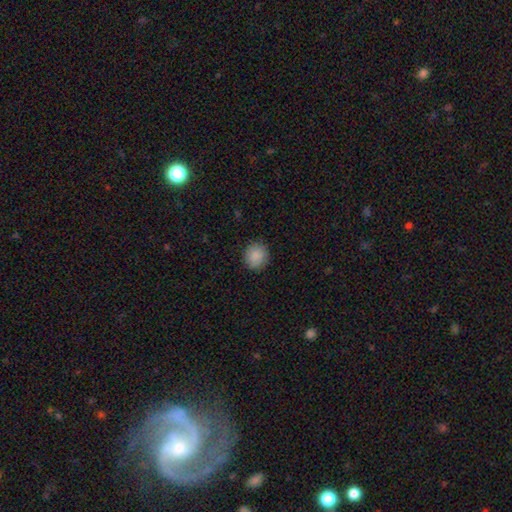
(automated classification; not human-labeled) This is clearly a smooth galaxy (88%). How rounded: clearly round (88%). Merging: clearly none (89%).